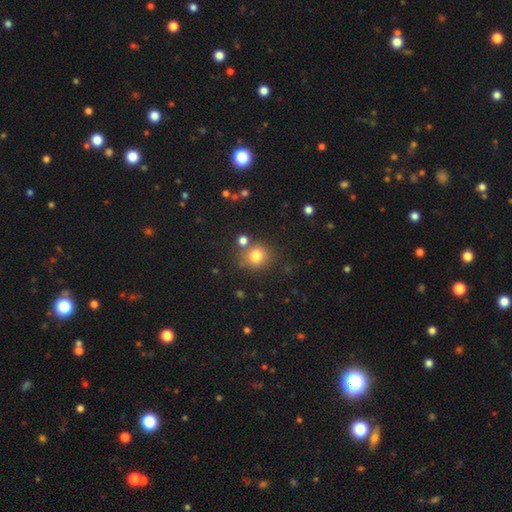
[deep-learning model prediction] Smooth or featured? Predicted: smooth (p=0.78). How rounded? Predicted: round (p=0.87). Merging? Predicted: none (p=0.75).